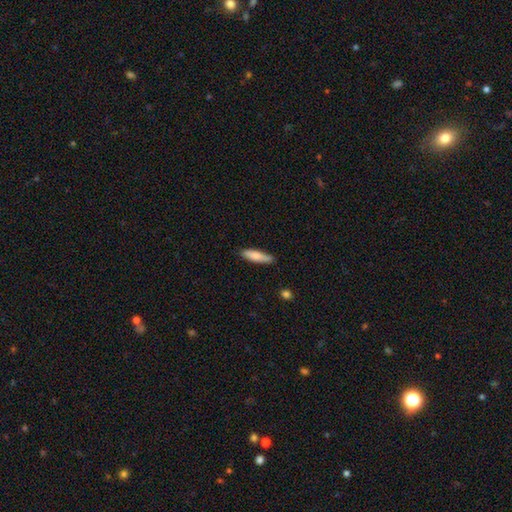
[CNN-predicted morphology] Smooth or featured? smooth (81%)
How rounded? cigar-shaped (71%)
Merging? none (83%)